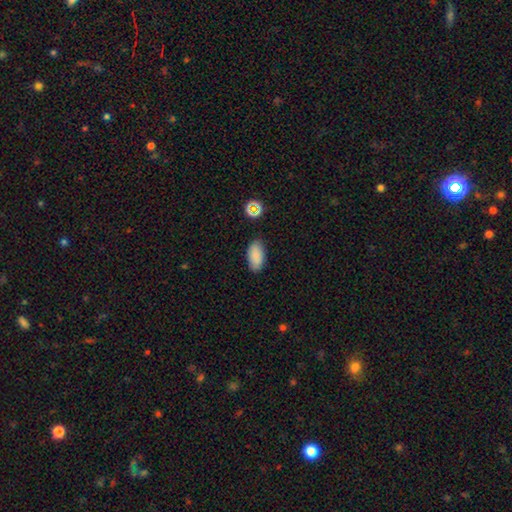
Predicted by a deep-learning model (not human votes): Smooth or featured? Predicted: smooth (p=0.85). How rounded? Predicted: in between (p=0.93). Merging? Predicted: none (p=0.85).